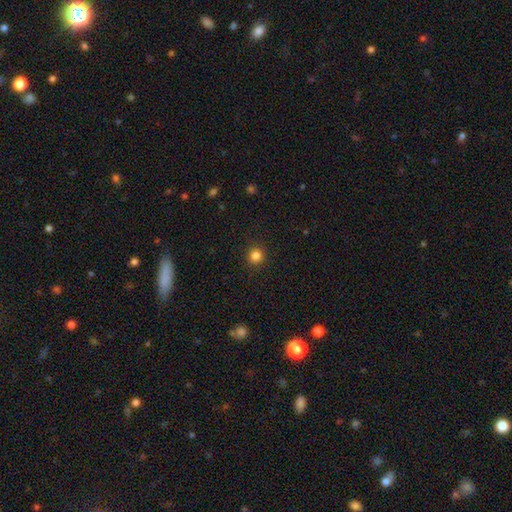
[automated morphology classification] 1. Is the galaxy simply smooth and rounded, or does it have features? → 84% smooth, 12% star or artifact, 4% featured or disk.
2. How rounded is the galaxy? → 94% round, 5% in between, 1% cigar-shaped.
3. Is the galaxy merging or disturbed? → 92% none, 5% minor disturbance, 2% major disturbance, 1% merger.